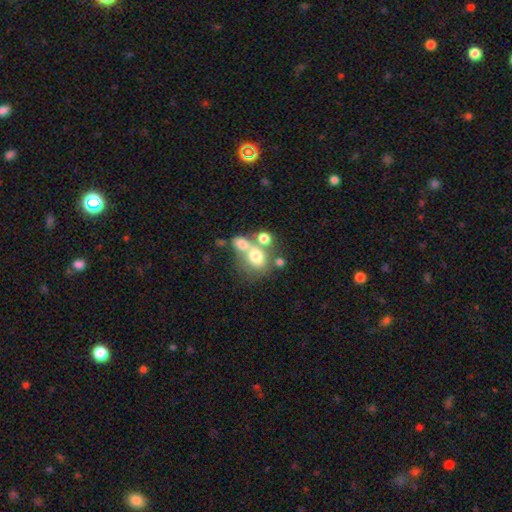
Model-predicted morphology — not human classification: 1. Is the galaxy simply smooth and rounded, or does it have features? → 66% smooth, 21% featured or disk, 13% star or artifact.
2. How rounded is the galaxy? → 61% round, 37% in between, 1% cigar-shaped.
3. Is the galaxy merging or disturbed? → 53% merger, 29% none, 9% minor disturbance, 8% major disturbance.